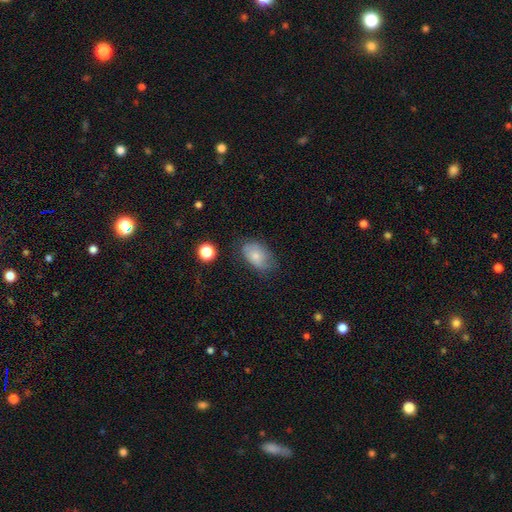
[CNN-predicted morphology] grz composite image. It shows a smooth galaxy with no disk features (72%) that is in between round and cigar-shaped (88%). Merging: none (64%).